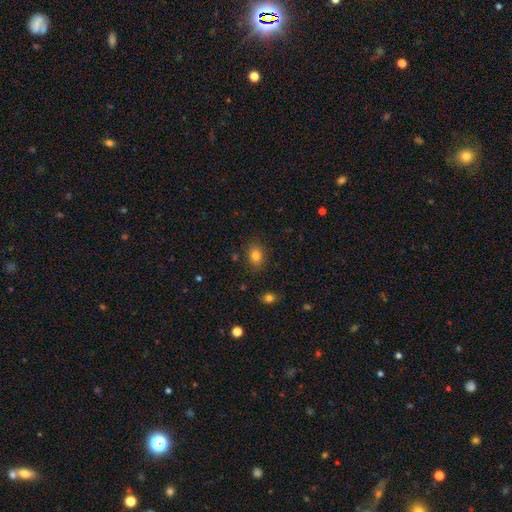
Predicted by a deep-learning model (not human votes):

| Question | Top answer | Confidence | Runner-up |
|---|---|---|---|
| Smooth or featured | smooth | 80% | star or artifact (12%) |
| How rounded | in between | 57% | round (42%) |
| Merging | none | 84% | minor disturbance (12%) |